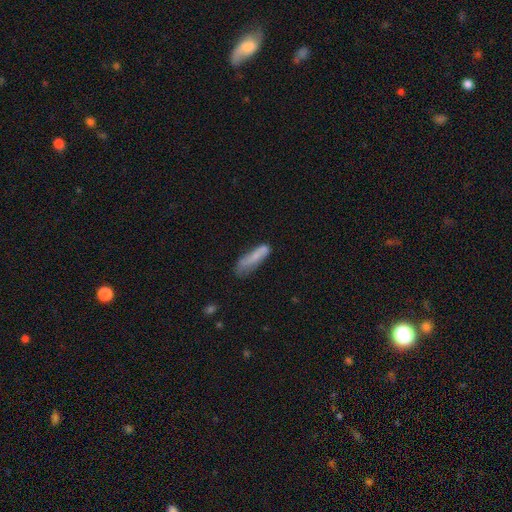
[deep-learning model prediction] A smooth galaxy with no disk features (69%) that is cigar-shaped (71%). Merging: none (47%).